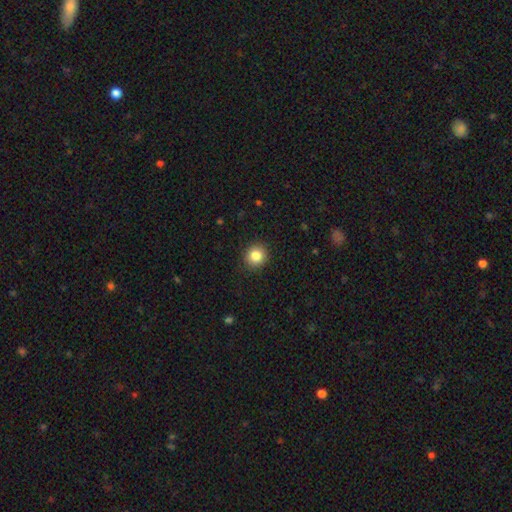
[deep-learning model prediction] Smooth or featured? Predicted: smooth (p=0.84). How rounded? Predicted: round (p=0.90). Merging? Predicted: none (p=0.91).